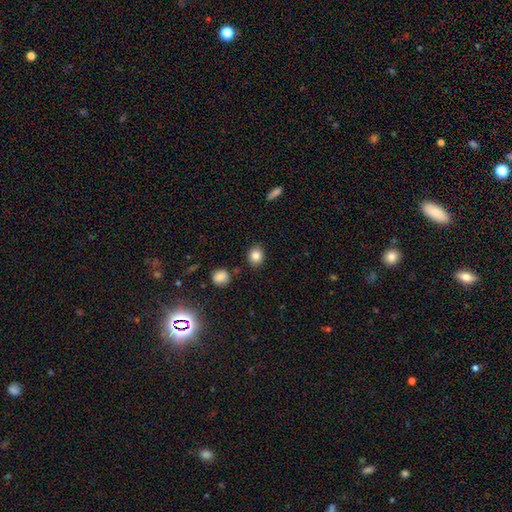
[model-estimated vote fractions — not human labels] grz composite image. It shows a smooth galaxy with no disk features (84%) that is round (62%). Merging: none (87%).